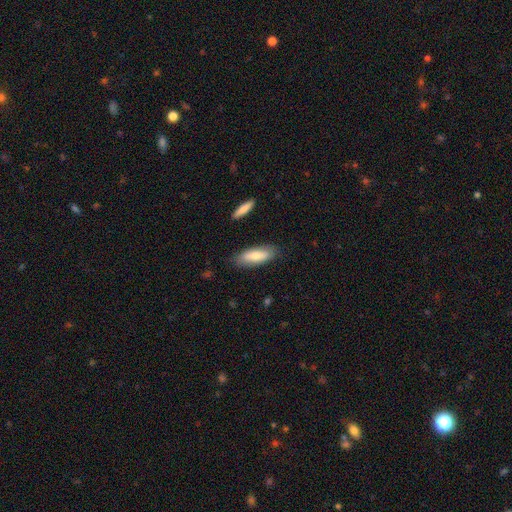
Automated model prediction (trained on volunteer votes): A smooth galaxy with no disk features (71%) that is in between round and cigar-shaped (62%).

Vote fractions:
- Smooth or featured? smooth: 71% / featured or disk: 23% / star or artifact: 6%
- How rounded? in between: 62% / cigar-shaped: 36% / round: 2%
- Merging? none: 81% / minor disturbance: 14% / major disturbance: 3% / merger: 2%